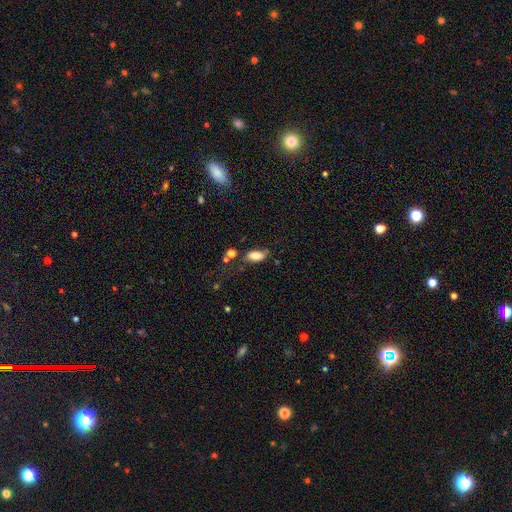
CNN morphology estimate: A smooth galaxy with no disk features (81%) that is in between round and cigar-shaped (90%). Merging: none (61%).